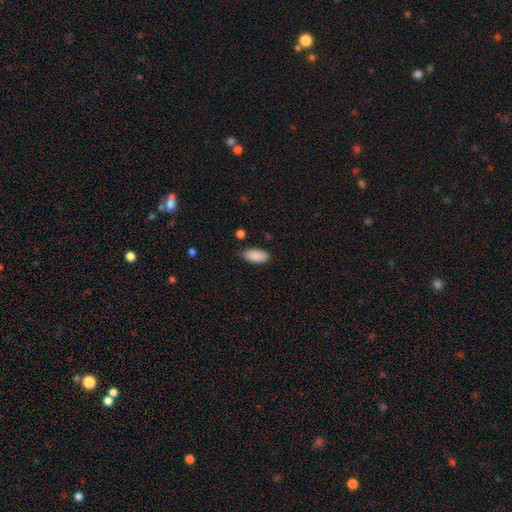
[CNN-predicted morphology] Smooth or featured?
  - smooth: 90% *
  - star or artifact: 6%
  - featured or disk: 4%
How rounded?
  - in between: 91% *
  - cigar-shaped: 7%
  - round: 2%
Merging?
  - none: 82% *
  - minor disturbance: 14%
  - major disturbance: 3%
  - merger: 2%